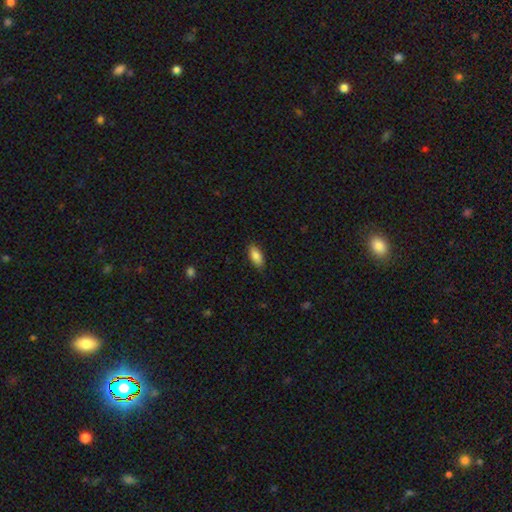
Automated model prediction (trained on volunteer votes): smooth-or-featured: smooth: 85% | featured or disk: 8% | star or artifact: 7%
  how-rounded: in between: 88% | cigar-shaped: 9% | round: 2%
  merging: none: 84% | minor disturbance: 13% | major disturbance: 2% | merger: 1%